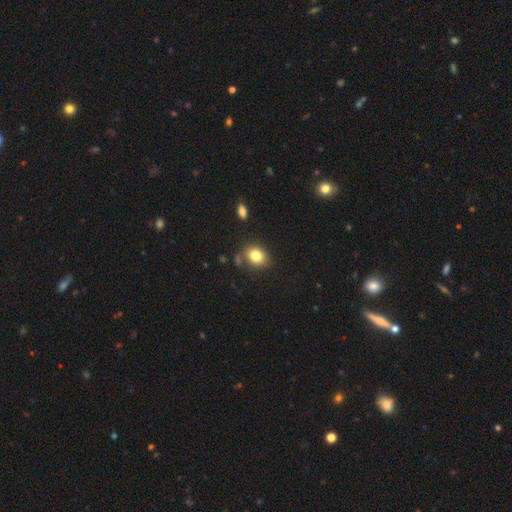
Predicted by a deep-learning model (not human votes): Smooth or featured?
  - smooth: 81% *
  - star or artifact: 10%
  - featured or disk: 8%
How rounded?
  - in between: 50% *
  - round: 49%
  - cigar-shaped: 1%
Merging?
  - none: 76% *
  - minor disturbance: 13%
  - merger: 7%
  - major disturbance: 4%